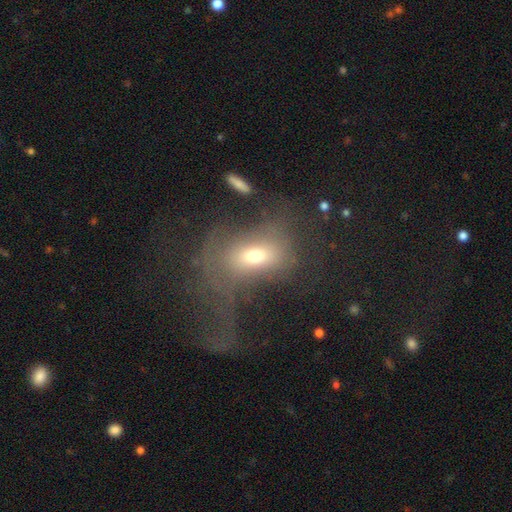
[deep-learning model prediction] smooth-or-featured: smooth: 49% | featured or disk: 35% | star or artifact: 17%
  merging: major disturbance: 56% | none: 21% | minor disturbance: 17% | merger: 6%